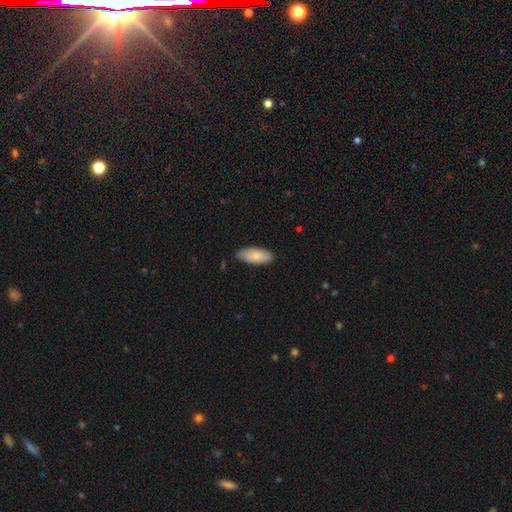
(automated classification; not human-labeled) The model was most divided on "merging": none: 79%, minor disturbance: 17%, major disturbance: 2%, merger: 1%. More confident: how rounded — in between (85%); smooth or featured — smooth (83%).